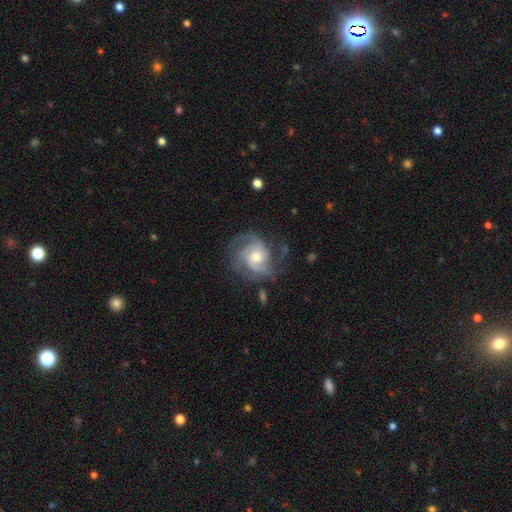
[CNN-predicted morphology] smooth-or-featured: featured or disk: 85% | smooth: 9% | star or artifact: 6%
  disk-edge-on: no: 98% | yes: 2%
    bar: no: 66% | weak: 29% | strong: 5%
    has-spiral-arms: yes: 96% | no: 4%
      spiral-winding: medium: 45% | tight: 42% | loose: 14%
      spiral-arm-count: 3: 34% (tied) | 2: 34% (tied) | can't tell: 16% | 4: 7% | 1: 5% | more than 4: 4%
    bulge-size: moderate: 65% | small: 23% | large: 9% | none: 2% | dominant: 1%
  merging: none: 67% | minor disturbance: 19% | major disturbance: 12% | merger: 2%